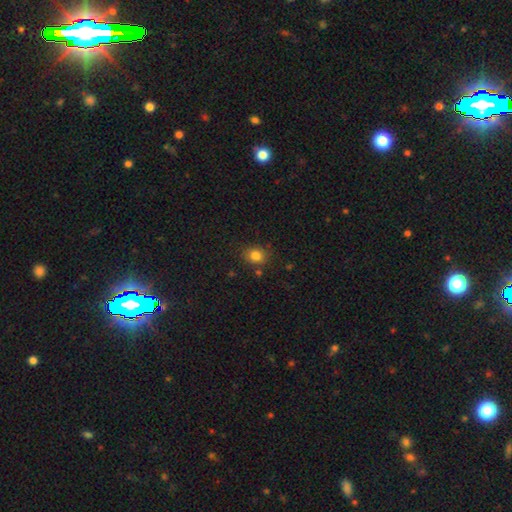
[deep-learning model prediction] A smooth galaxy with no disk features (83%) that is round (63%).

Vote fractions:
- Smooth or featured? smooth: 83% / star or artifact: 11% / featured or disk: 6%
- How rounded? round: 63% / in between: 36% / cigar-shaped: 1%
- Merging? none: 79% / minor disturbance: 13% / merger: 4% / major disturbance: 4%